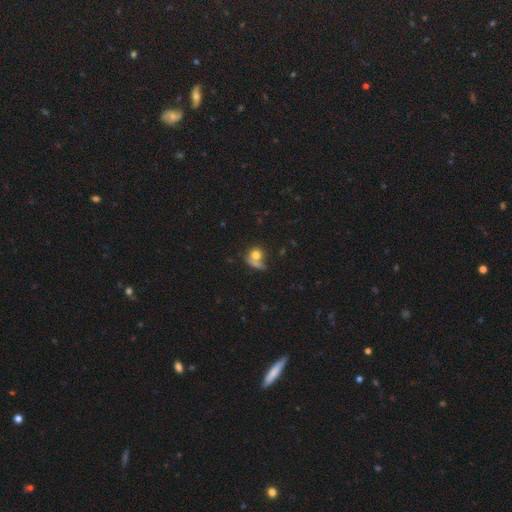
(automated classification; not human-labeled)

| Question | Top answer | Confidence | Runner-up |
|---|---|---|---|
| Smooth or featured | smooth | 73% | featured or disk (15%) |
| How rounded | round | 75% | in between (23%) |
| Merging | none | 44% | merger (25%) |